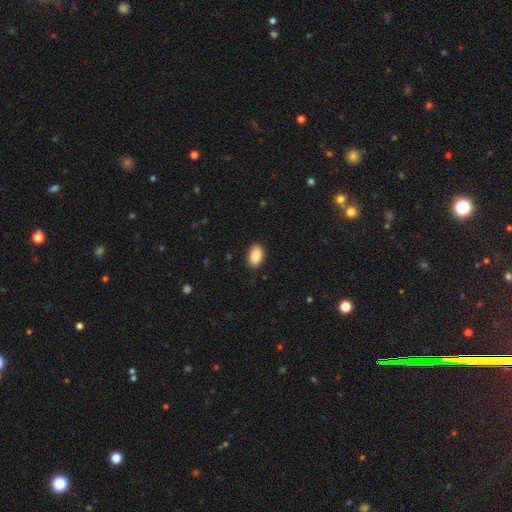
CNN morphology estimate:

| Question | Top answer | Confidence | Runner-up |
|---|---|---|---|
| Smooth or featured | smooth | 90% | star or artifact (7%) |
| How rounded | in between | 92% | round (6%) |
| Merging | none | 88% | minor disturbance (9%) |